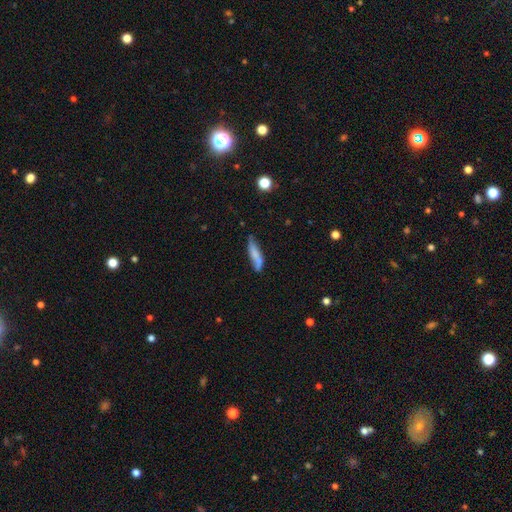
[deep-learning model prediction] This appears to be a smooth galaxy with no disk features (62%) that is cigar-shaped (68%). Merging: none (52%).